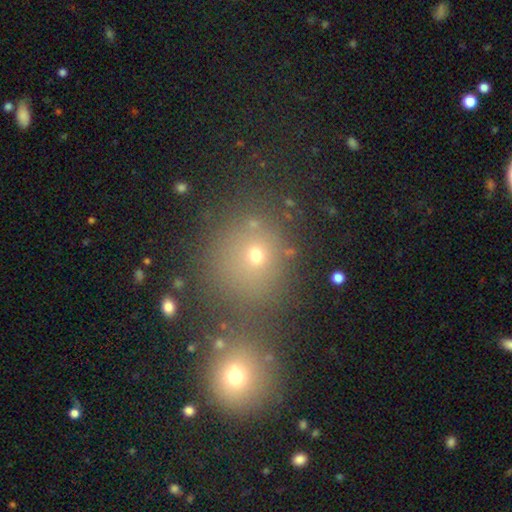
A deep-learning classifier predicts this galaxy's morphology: A smooth galaxy with no disk features (62%) that is round (87%). Merging: none (62%).